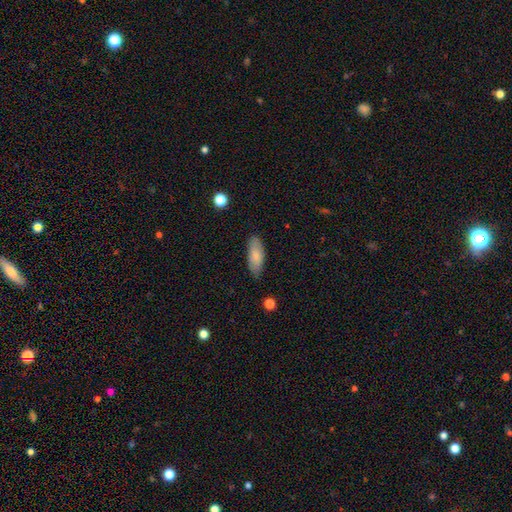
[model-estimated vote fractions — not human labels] smooth-or-featured: smooth: 80% | featured or disk: 14% | star or artifact: 6%
  how-rounded: in between: 77% | cigar-shaped: 21% | round: 2%
  merging: none: 82% | minor disturbance: 14% | major disturbance: 3% | merger: 1%